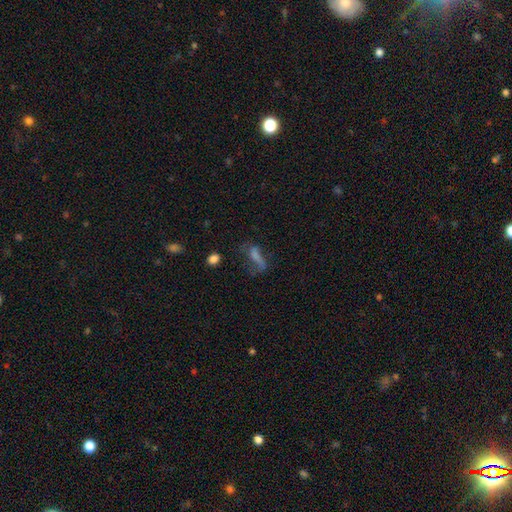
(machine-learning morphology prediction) This is marginally a smooth galaxy (42%). Merging: marginally none (42%).